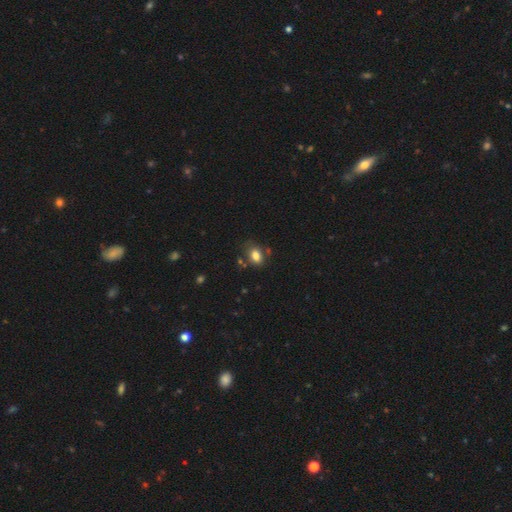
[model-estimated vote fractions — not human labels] Smooth or featured? Predicted: smooth (p=0.82). How rounded? Predicted: in between (p=0.78). Merging? Predicted: none (p=0.69).